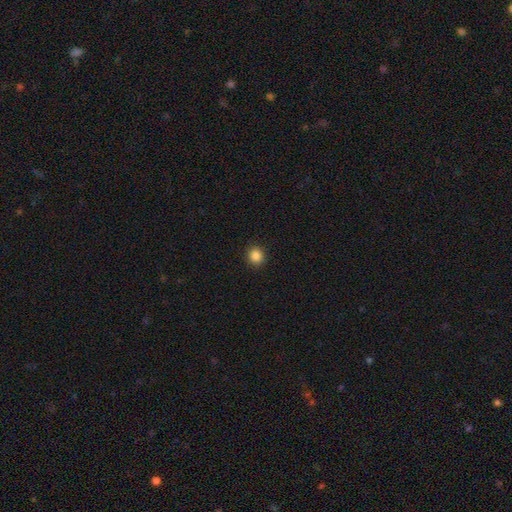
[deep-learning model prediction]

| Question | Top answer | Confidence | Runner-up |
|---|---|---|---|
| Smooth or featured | smooth | 86% | star or artifact (11%) |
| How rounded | round | 85% | in between (14%) |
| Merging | none | 92% | minor disturbance (5%) |